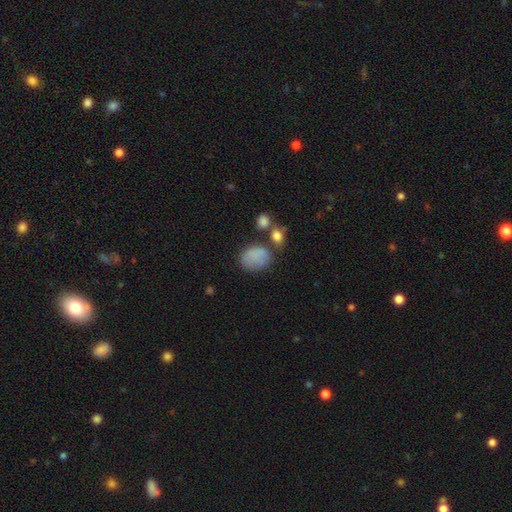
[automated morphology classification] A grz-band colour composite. It shows a smooth galaxy with no disk features (82%) that is in between round and cigar-shaped (61%). Merging: none (55%).